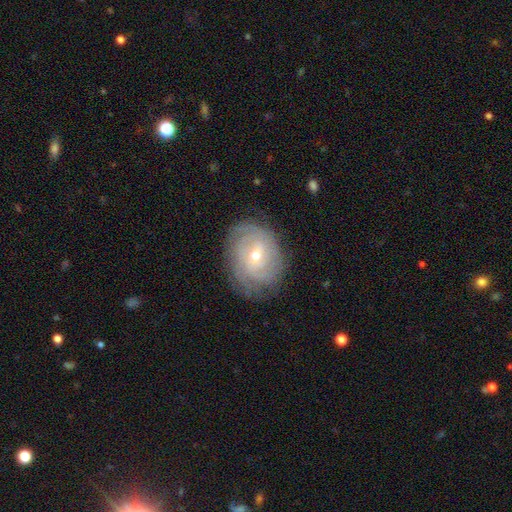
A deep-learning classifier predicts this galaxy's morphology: Q: Smooth or featured?
A: featured or disk (80%); runner-up: smooth (13%)
Q: Edge-on disk?
A: no (96%); runner-up: yes (4%)
Q: Bar?
A: weak (49%); runner-up: no (40%)
Q: Spiral arms?
A: yes (93%); runner-up: no (7%)
Q: Spiral winding?
A: tight (74%); runner-up: medium (21%)
Q: Spiral arm count?
A: can't tell (42%); runner-up: 2 (16%)
Q: Bulge size?
A: small (58%); runner-up: moderate (40%)
Q: Merging?
A: none (79%); runner-up: minor disturbance (15%)